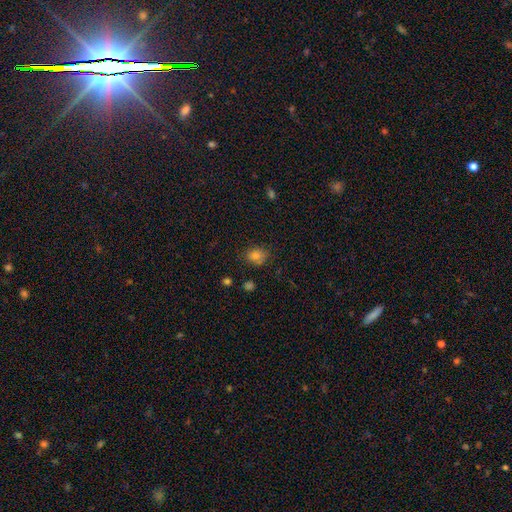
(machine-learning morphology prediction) This is likely a smooth galaxy (77%). How rounded: likely round (61%). Merging: likely none (77%).